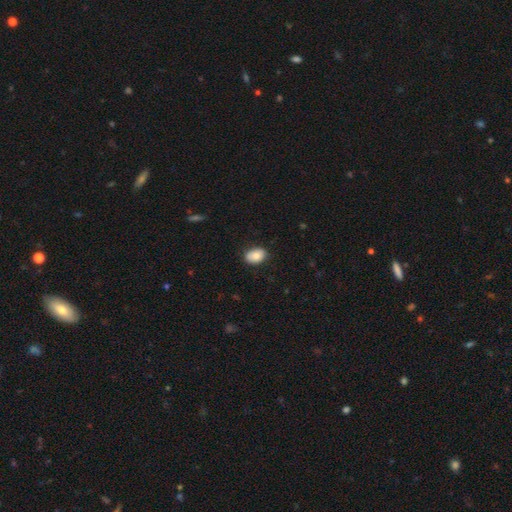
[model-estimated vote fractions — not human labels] Smooth or featured?
  - smooth: 83% *
  - featured or disk: 10%
  - star or artifact: 7%
How rounded?
  - in between: 82% *
  - round: 17%
  - cigar-shaped: 1%
Merging?
  - none: 85% *
  - minor disturbance: 12%
  - major disturbance: 2%
  - merger: 1%